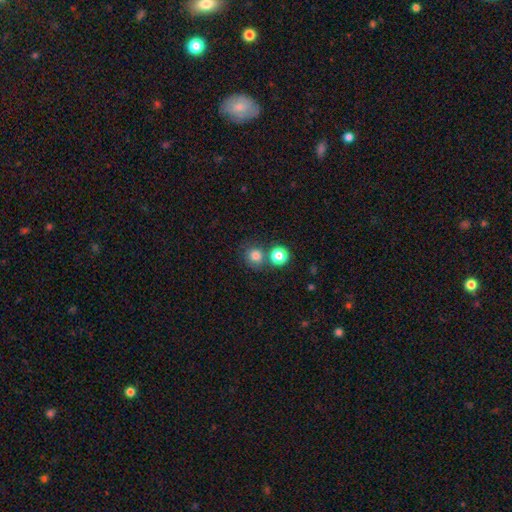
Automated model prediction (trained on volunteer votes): Morphology: type=smooth (79%); roundness=round (89%); merging=none (67%).